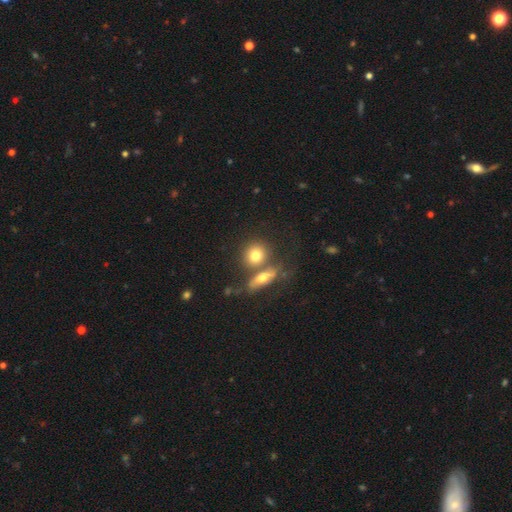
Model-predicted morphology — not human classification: The model was most divided on "merging": none: 46%, merger: 38%, minor disturbance: 11%, major disturbance: 5%. More confident: smooth or featured — smooth (74%); how rounded — round (66%).